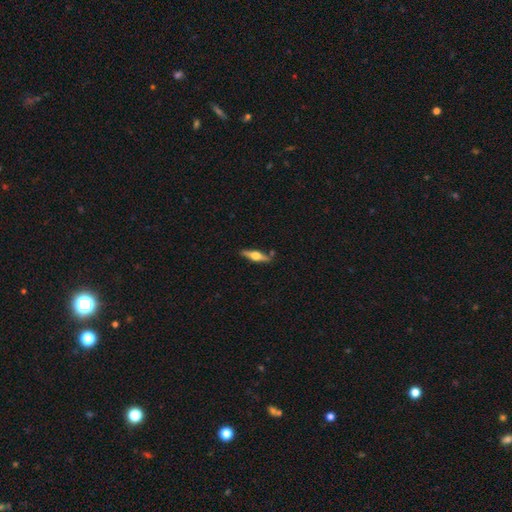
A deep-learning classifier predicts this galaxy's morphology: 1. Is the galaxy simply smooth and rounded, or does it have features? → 65% featured or disk, 30% smooth, 5% star or artifact.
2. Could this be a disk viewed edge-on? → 96% yes, 4% no.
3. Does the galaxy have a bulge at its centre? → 94% rounded, 5% boxy, 2% none.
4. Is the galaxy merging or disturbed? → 82% none, 12% minor disturbance, 4% merger, 2% major disturbance.